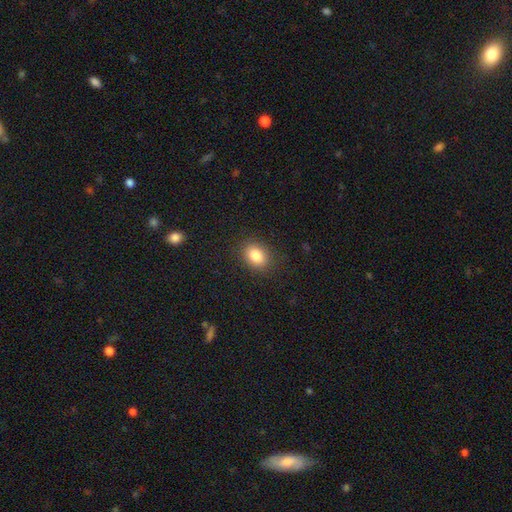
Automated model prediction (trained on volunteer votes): smooth_or_featured: smooth (p=0.84) [alt: star or artifact p=0.09]
how_rounded: in between (p=0.73) [alt: round p=0.26]
merging: none (p=0.87) [alt: minor disturbance p=0.09]